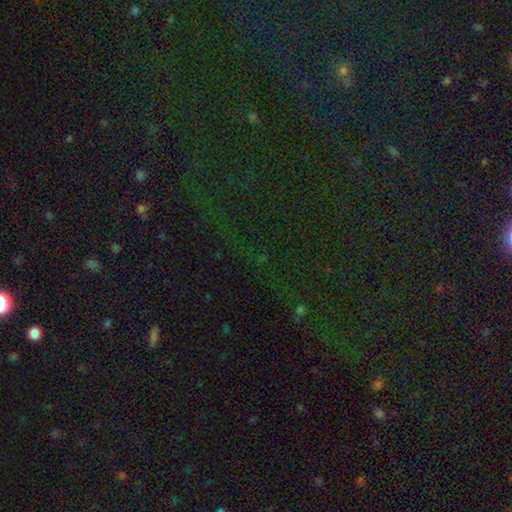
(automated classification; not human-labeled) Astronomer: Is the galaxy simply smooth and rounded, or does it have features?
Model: star or artifact — 80%.